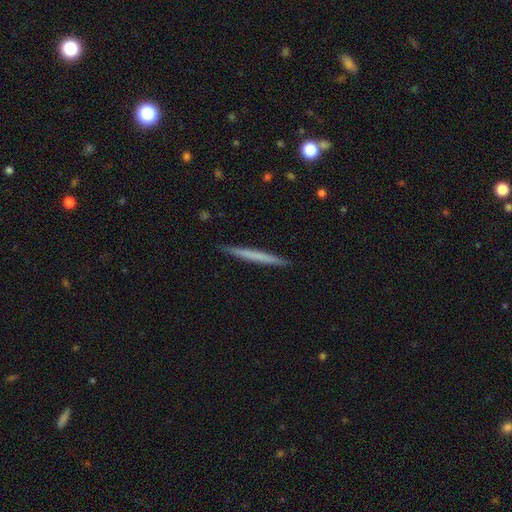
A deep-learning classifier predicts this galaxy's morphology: The model was most divided on "smooth or featured": smooth: 59%, featured or disk: 35%, star or artifact: 5%. More confident: how rounded — cigar-shaped (97%); merging — none (92%).